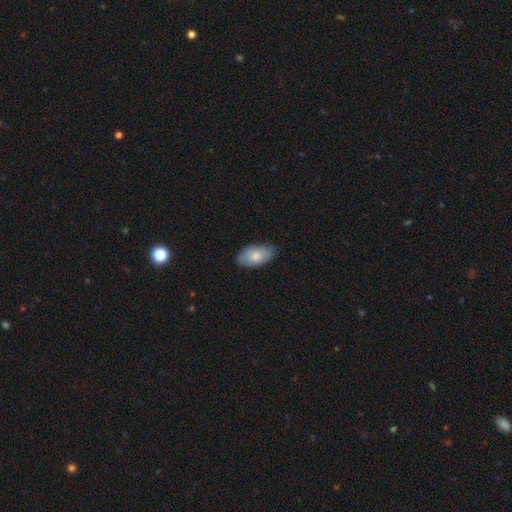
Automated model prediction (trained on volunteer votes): Overall: smooth (79%). How rounded: in between (95%). Merging: none (76%).